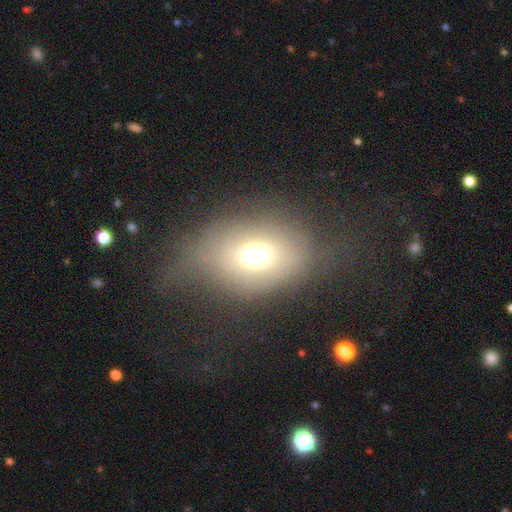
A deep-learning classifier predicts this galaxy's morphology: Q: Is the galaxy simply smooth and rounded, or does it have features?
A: smooth — 65%.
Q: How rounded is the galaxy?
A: in between — 60%.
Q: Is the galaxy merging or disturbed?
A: none — 52%.